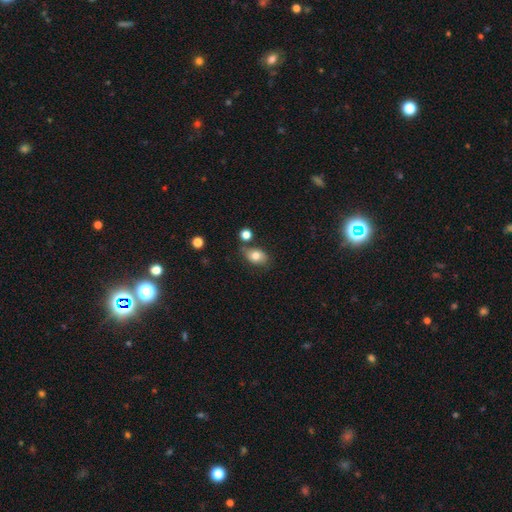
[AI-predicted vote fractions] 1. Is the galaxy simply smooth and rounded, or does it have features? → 78% smooth, 13% featured or disk, 9% star or artifact.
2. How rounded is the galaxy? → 78% in between, 21% round, 2% cigar-shaped.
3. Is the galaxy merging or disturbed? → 66% none, 19% minor disturbance, 10% merger, 5% major disturbance.